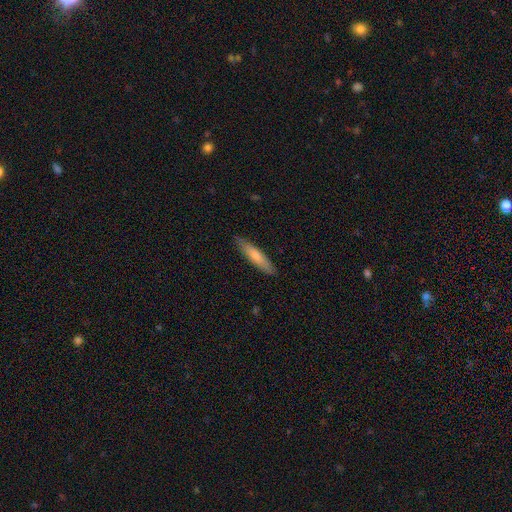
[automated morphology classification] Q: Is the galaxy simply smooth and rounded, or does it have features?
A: smooth — 73%.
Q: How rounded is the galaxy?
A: cigar-shaped — 82%.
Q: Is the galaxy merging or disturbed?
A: none — 87%.